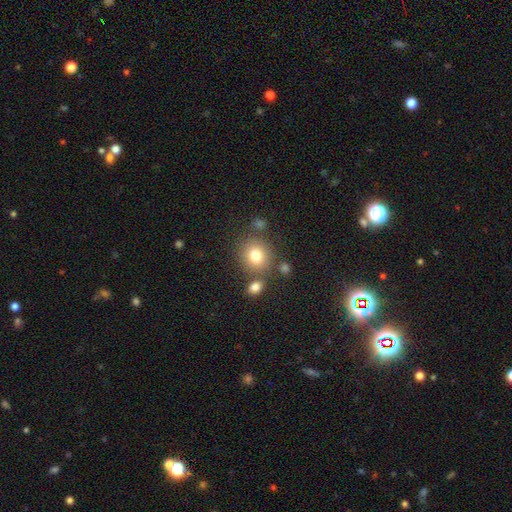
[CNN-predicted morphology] Smooth or featured? Predicted: smooth (p=0.79). How rounded? Predicted: round (p=0.82). Merging? Predicted: none (p=0.73).